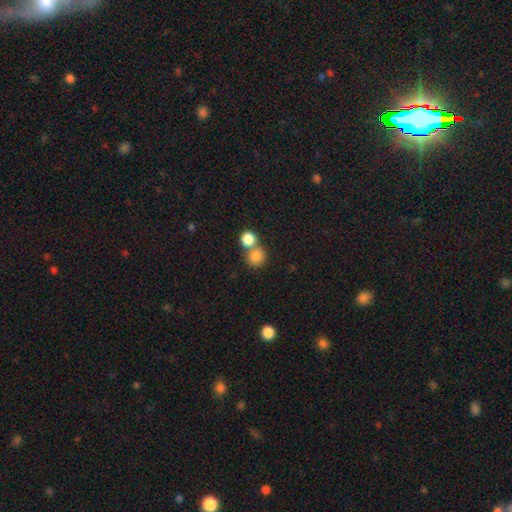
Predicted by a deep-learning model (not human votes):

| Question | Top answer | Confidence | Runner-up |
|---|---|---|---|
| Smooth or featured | smooth | 83% | star or artifact (11%) |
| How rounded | round | 88% | in between (11%) |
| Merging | none | 51% | merger (40%) |